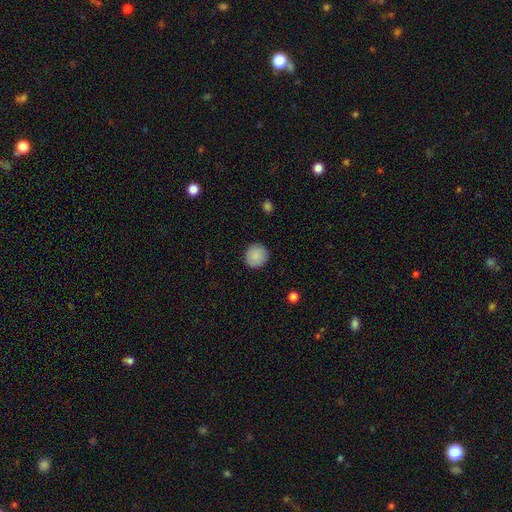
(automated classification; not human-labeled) A smooth galaxy with no disk features (89%) that is round (92%).

Vote fractions:
- Smooth or featured? smooth: 89% / star or artifact: 7% / featured or disk: 4%
- How rounded? round: 92% / in between: 7% / cigar-shaped: 1%
- Merging? none: 91% / minor disturbance: 6% / major disturbance: 2% / merger: 1%